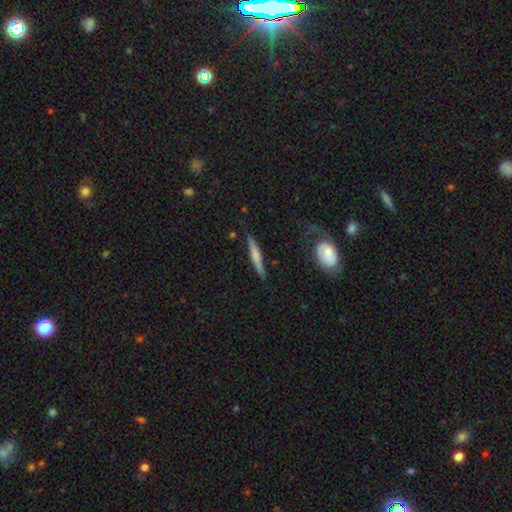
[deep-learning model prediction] featured or disk 49%, smooth 45%, star or artifact 6%. Down the decision tree: merging — none (76%).